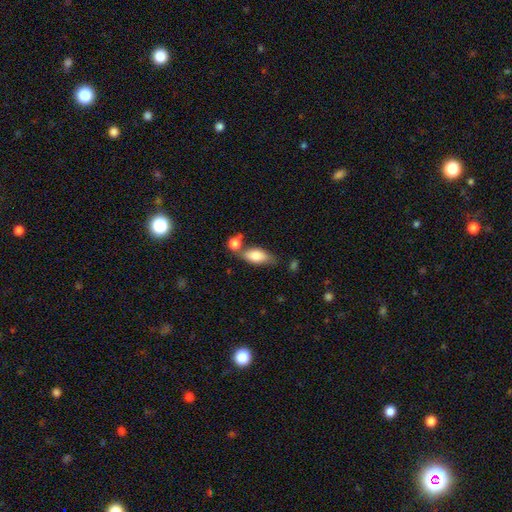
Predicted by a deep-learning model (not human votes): A smooth galaxy with no disk features (78%) that is in between round and cigar-shaped (85%).

Vote fractions:
- Smooth or featured? smooth: 78% / featured or disk: 15% / star or artifact: 7%
- How rounded? in between: 85% / cigar-shaped: 11% / round: 4%
- Merging? none: 52% / merger: 26% / minor disturbance: 17% / major disturbance: 6%